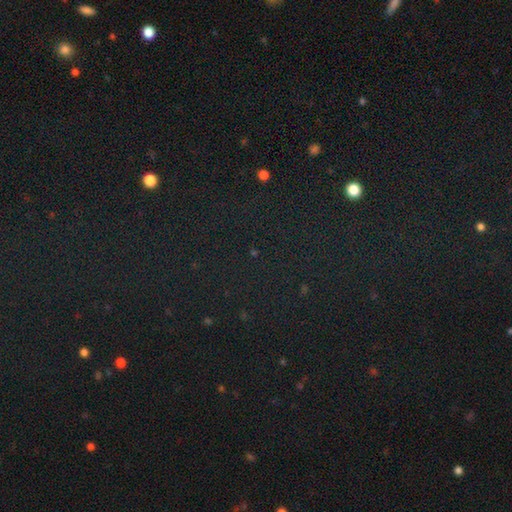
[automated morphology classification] Smooth or featured? Predicted: star or artifact (p=0.80).